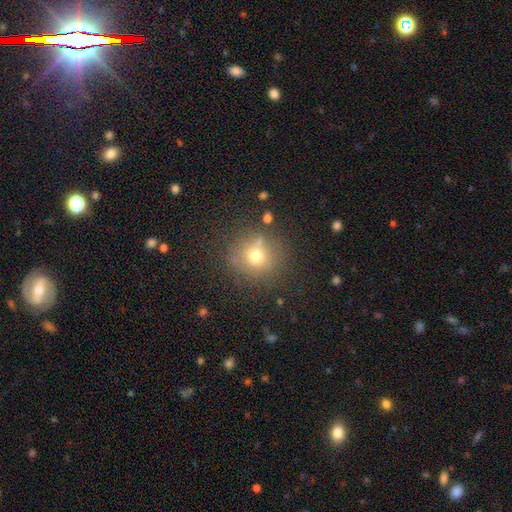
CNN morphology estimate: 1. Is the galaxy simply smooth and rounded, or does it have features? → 69% smooth, 17% star or artifact, 14% featured or disk.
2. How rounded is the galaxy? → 91% round, 8% in between, 1% cigar-shaped.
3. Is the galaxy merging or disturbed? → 76% none, 13% minor disturbance, 5% merger, 5% major disturbance.